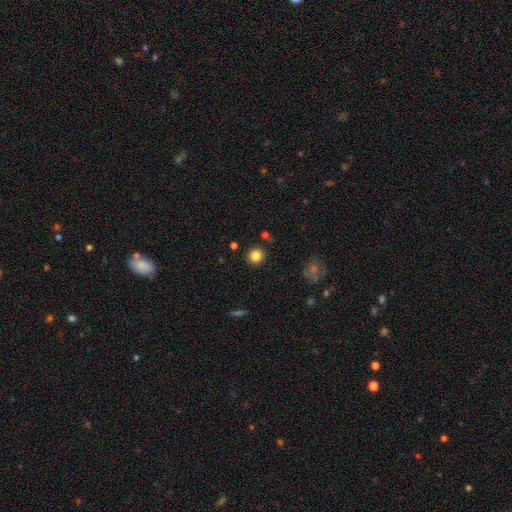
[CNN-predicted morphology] smooth_or_featured: smooth (p=0.84) [alt: star or artifact p=0.11]
how_rounded: round (p=0.94) [alt: in between p=0.05]
merging: none (p=0.90) [alt: minor disturbance p=0.05]